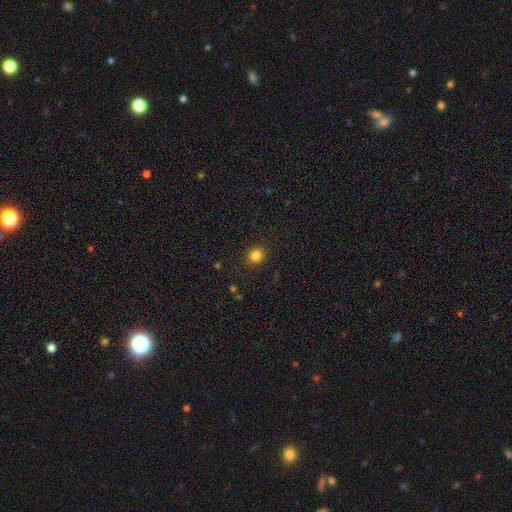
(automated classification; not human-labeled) Smooth or featured? smooth (83%)
How rounded? round (81%)
Merging? none (90%)